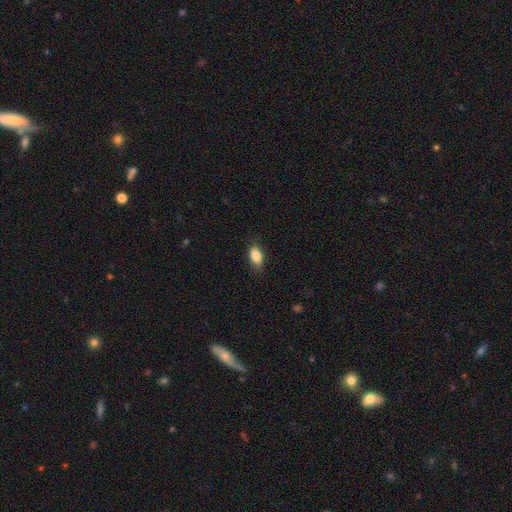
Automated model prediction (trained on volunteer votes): This appears to be a smooth galaxy with no disk features (86%) that is in between round and cigar-shaped (88%). Merging: none (79%).